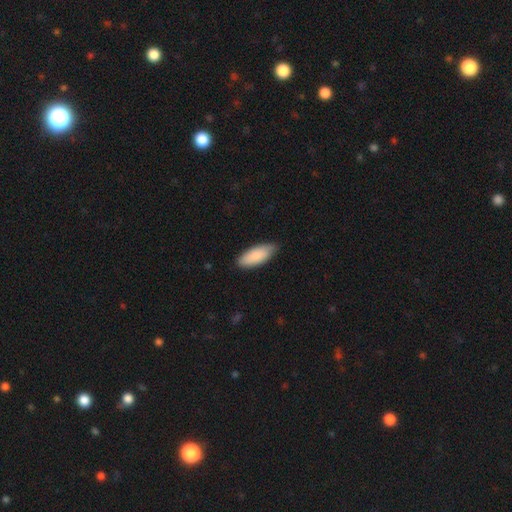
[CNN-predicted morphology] Smooth or featured: smooth — 88% (featured or disk — 7%)
How rounded: in between — 80% (cigar-shaped — 19%)
Merging: none — 81% (minor disturbance — 16%)